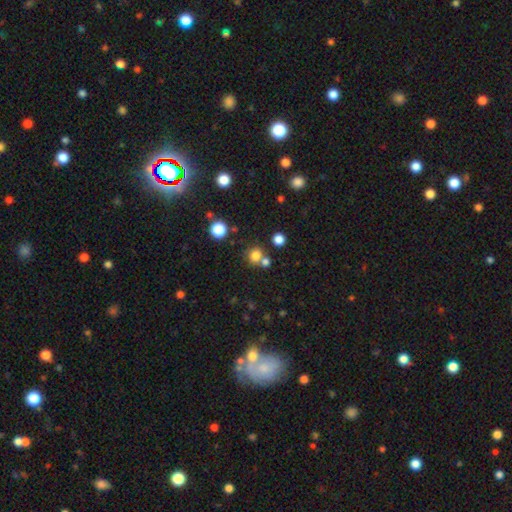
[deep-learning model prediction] Overall: smooth (77%). How rounded: round (84%). Merging: none (62%; merger 27%).